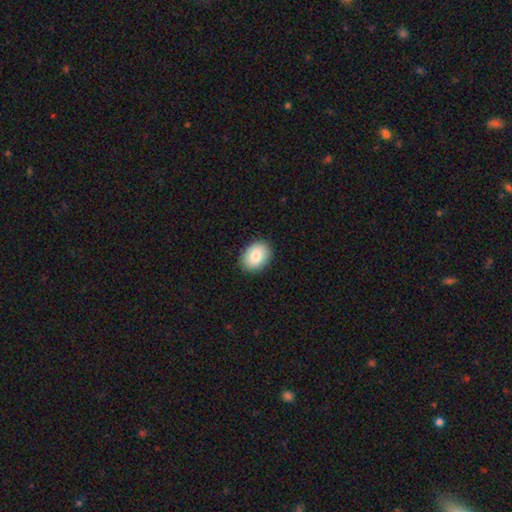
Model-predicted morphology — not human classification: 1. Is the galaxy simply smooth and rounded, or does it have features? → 84% smooth, 9% featured or disk, 7% star or artifact.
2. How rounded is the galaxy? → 70% in between, 29% round, 1% cigar-shaped.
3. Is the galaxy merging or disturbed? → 90% none, 7% minor disturbance, 2% major disturbance, 1% merger.